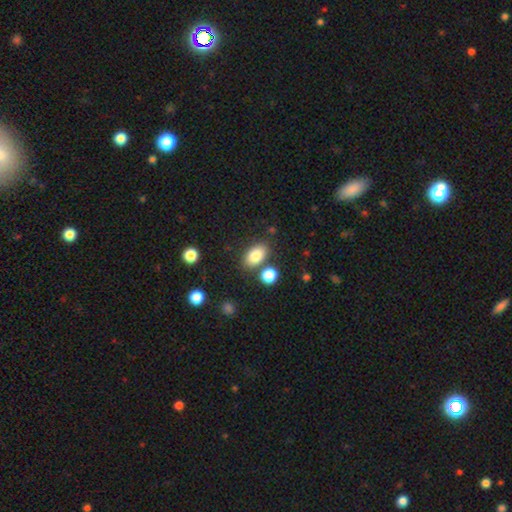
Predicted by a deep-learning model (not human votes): Smooth or featured? Predicted: smooth (p=0.84). How rounded? Predicted: in between (p=0.88). Merging? Predicted: none (p=0.74).